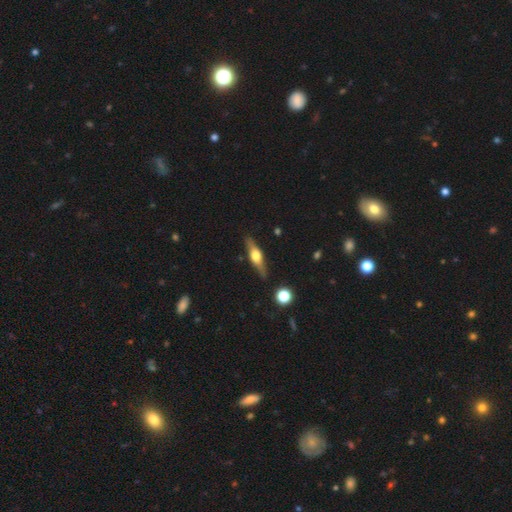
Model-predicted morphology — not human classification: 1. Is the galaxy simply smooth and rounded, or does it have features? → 66% featured or disk, 28% smooth, 6% star or artifact.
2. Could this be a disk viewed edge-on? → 95% yes, 5% no.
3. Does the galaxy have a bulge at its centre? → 93% rounded, 5% boxy, 2% none.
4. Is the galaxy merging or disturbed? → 86% none, 10% minor disturbance, 2% major disturbance, 2% merger.